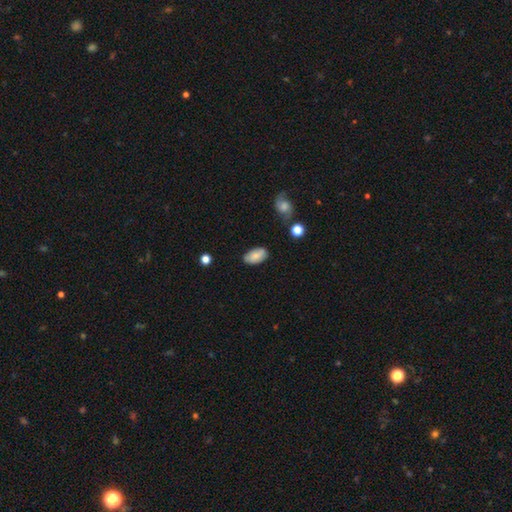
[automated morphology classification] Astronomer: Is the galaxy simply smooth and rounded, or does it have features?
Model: smooth — 80%.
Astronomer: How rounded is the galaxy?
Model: in between — 94%.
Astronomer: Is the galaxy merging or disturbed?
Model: none — 80%.